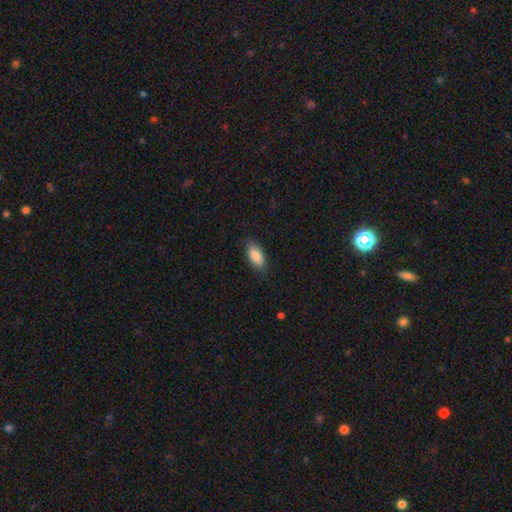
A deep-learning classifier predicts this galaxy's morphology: smooth-or-featured: smooth: 87% | featured or disk: 7% | star or artifact: 6%
  how-rounded: in between: 89% | cigar-shaped: 9% | round: 2%
  merging: none: 83% | minor disturbance: 13% | major disturbance: 3% | merger: 1%